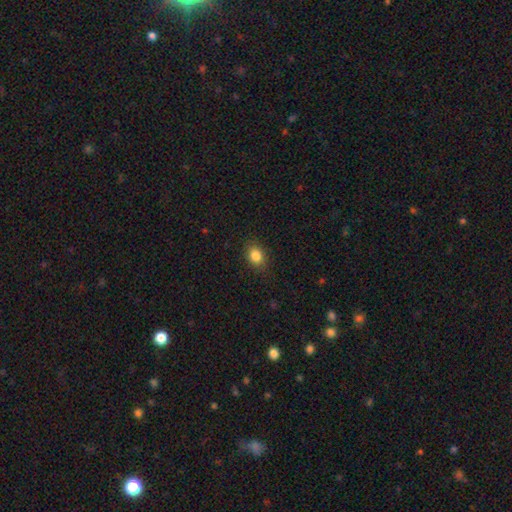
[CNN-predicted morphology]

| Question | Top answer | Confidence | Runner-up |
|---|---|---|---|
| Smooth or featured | smooth | 85% | star or artifact (10%) |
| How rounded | in between | 65% | round (34%) |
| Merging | none | 87% | minor disturbance (10%) |